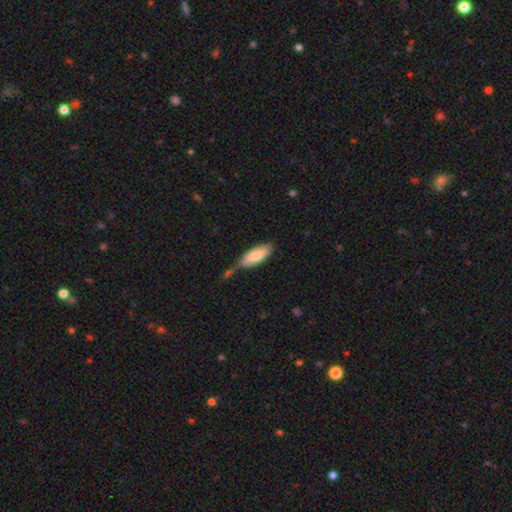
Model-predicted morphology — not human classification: Smooth or featured: smooth — 76% (featured or disk — 18%)
How rounded: in between — 74% (cigar-shaped — 25%)
Merging: none — 42% (merger — 26%)